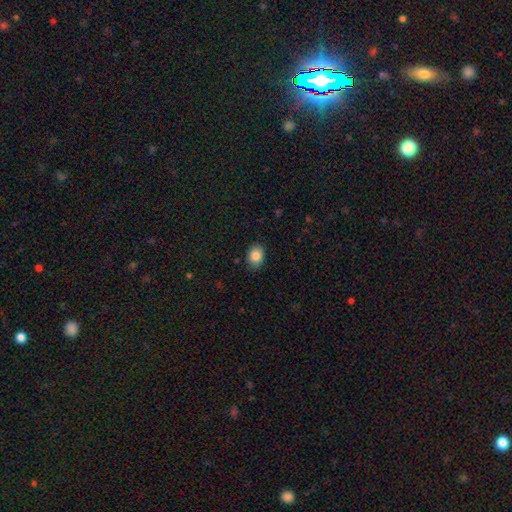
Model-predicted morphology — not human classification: A smooth galaxy with no disk features (87%) that is in between round and cigar-shaped (63%). Merging: none (85%).